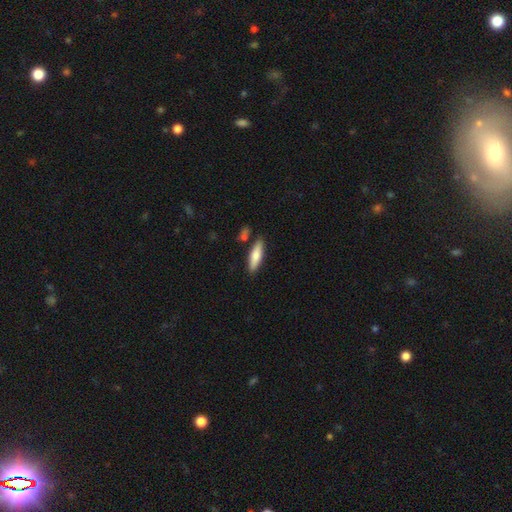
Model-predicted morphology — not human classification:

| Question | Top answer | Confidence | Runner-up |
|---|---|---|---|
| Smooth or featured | smooth | 74% | featured or disk (21%) |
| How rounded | cigar-shaped | 64% | in between (34%) |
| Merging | none | 82% | minor disturbance (11%) |